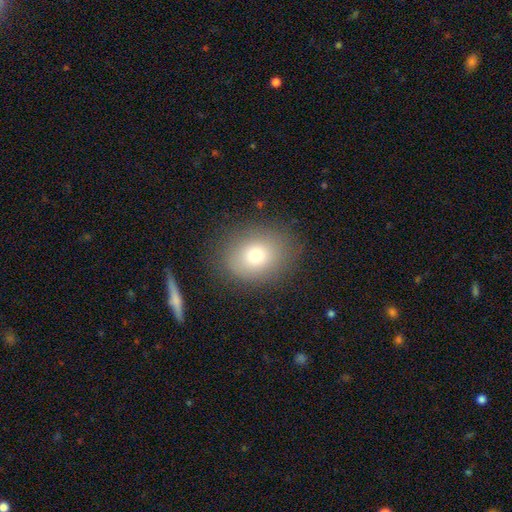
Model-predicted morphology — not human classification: Overall: smooth (73%). How rounded: round (51%; in between 47%). Merging: none (82%).